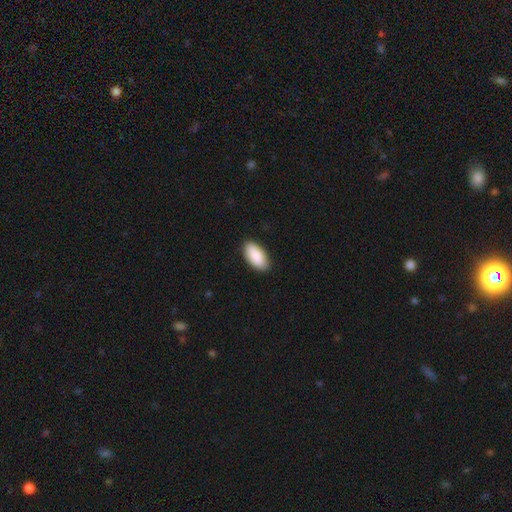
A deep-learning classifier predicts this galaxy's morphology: smooth_or_featured: smooth (p=0.90) [alt: star or artifact p=0.06]
how_rounded: in between (p=0.94) [alt: cigar-shaped p=0.04]
merging: none (p=0.89) [alt: minor disturbance p=0.08]